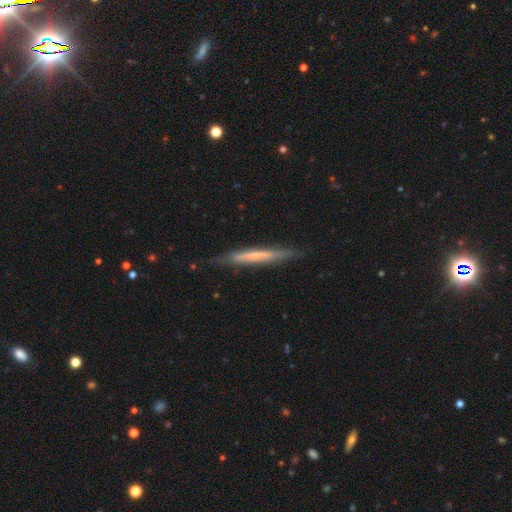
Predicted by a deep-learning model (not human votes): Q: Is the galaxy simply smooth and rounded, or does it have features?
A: featured or disk — 50%.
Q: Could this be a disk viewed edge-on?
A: yes — 94%.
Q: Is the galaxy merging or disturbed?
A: none — 82%.